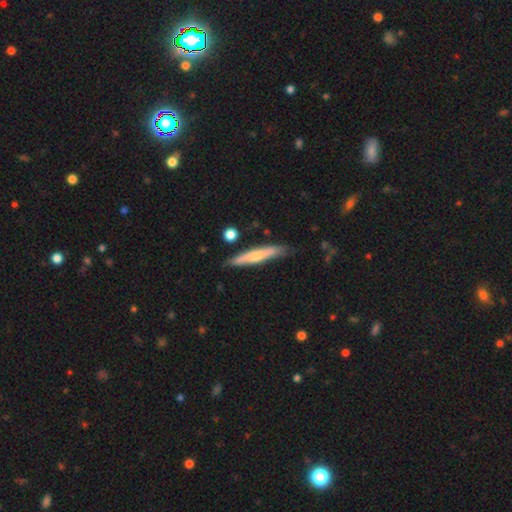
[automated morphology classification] The model was most divided on "smooth or featured": smooth: 51%, featured or disk: 43%, star or artifact: 6%. More confident: how rounded — cigar-shaped (92%); merging — none (81%).